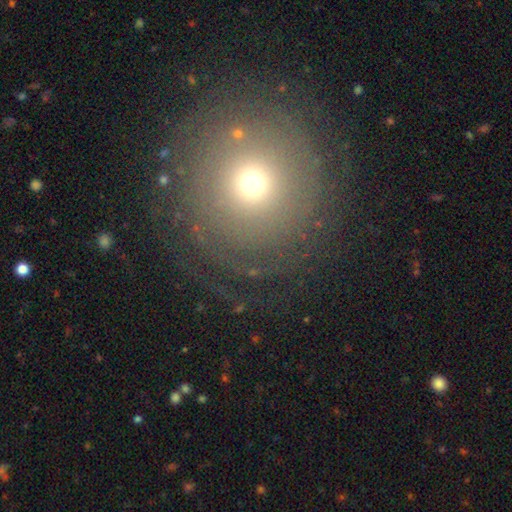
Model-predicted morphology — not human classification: type=smooth (53%); roundness=round (94%); merging=none (85%).